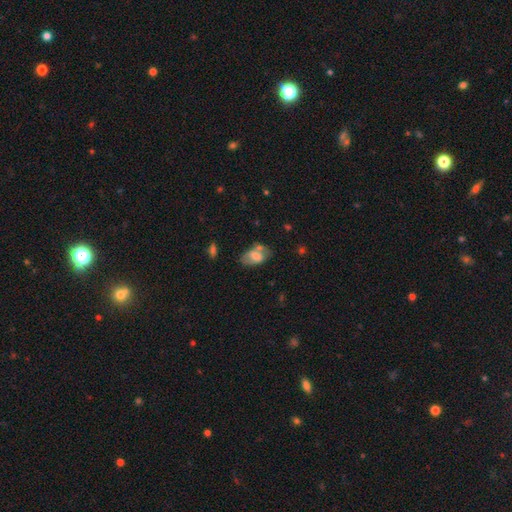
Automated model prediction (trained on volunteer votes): Q: Smooth or featured?
A: smooth (56%); runner-up: featured or disk (36%)
Q: How rounded?
A: in between (91%); runner-up: round (7%)
Q: Merging?
A: none (50%); runner-up: minor disturbance (24%)